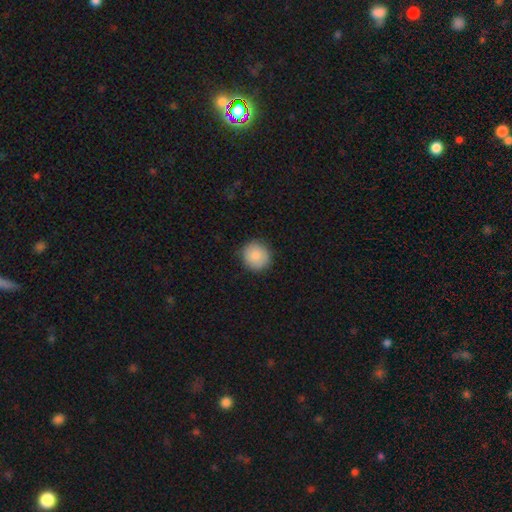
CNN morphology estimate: The model was most divided on "merging": none: 86%, minor disturbance: 11%, major disturbance: 2%, merger: 1%. More confident: how rounded — round (91%); smooth or featured — smooth (86%).